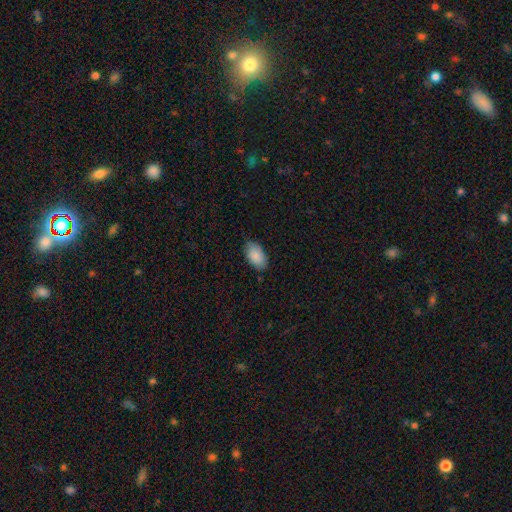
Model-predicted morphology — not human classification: A smooth galaxy with no disk features (89%) that is in between round and cigar-shaped (95%). Merging: none (83%).